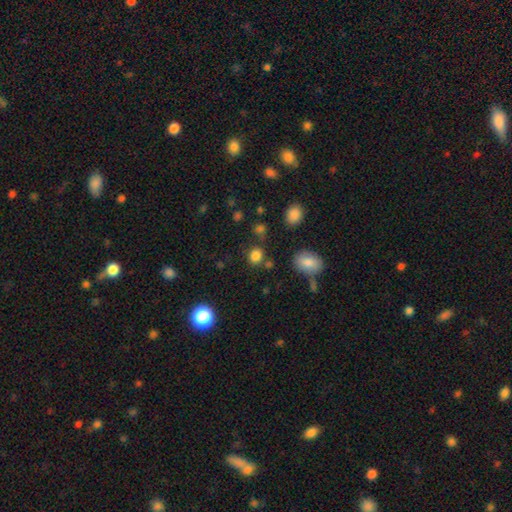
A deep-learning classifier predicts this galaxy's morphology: Smooth or featured? smooth (83%)
How rounded? round (74%)
Merging? none (76%)